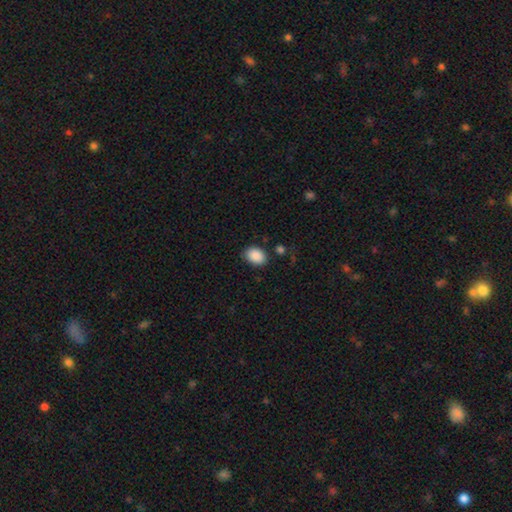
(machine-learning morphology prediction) Smooth or featured? smooth (89%)
How rounded? in between (69%)
Merging? none (81%)